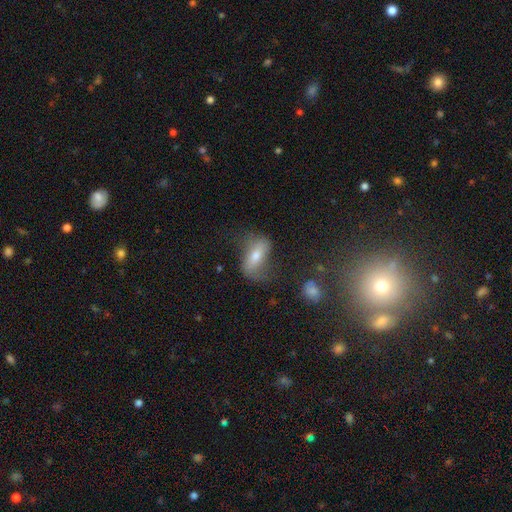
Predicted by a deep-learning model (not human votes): Smooth or featured? Predicted: featured or disk (p=0.49). Merging? Predicted: none (p=0.53).